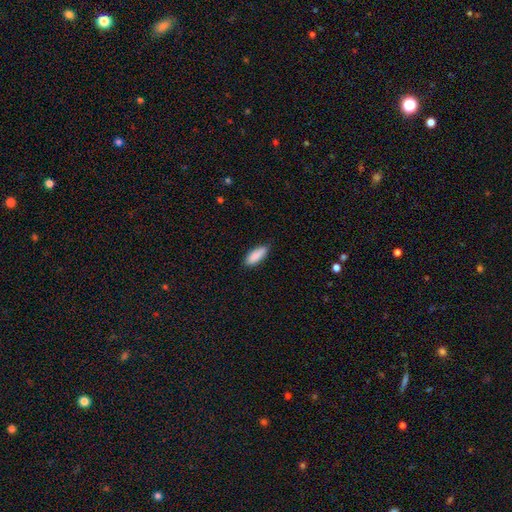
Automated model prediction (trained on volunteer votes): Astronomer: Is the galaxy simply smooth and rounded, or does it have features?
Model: smooth — 89%.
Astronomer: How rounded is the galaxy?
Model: in between — 74%.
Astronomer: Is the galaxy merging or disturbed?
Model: none — 86%.